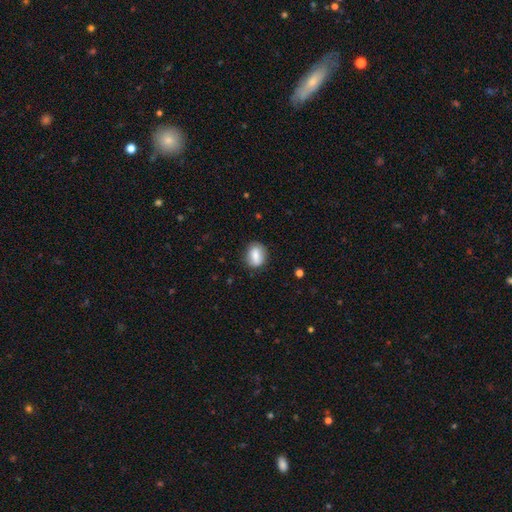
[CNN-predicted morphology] smooth-or-featured: smooth: 78% | featured or disk: 14% | star or artifact: 8%
  how-rounded: in between: 54% | round: 43% | cigar-shaped: 3%
  merging: none: 82% | minor disturbance: 13% | major disturbance: 3% | merger: 2%